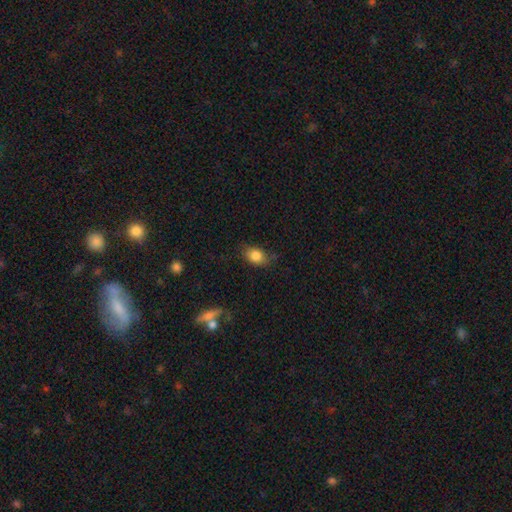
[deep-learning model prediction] A smooth galaxy with no disk features (84%) that is in between round and cigar-shaped (75%).

Vote fractions:
- Smooth or featured? smooth: 84% / star or artifact: 9% / featured or disk: 7%
- How rounded? in between: 75% / round: 23% / cigar-shaped: 2%
- Merging? none: 76% / minor disturbance: 19% / major disturbance: 4% / merger: 2%